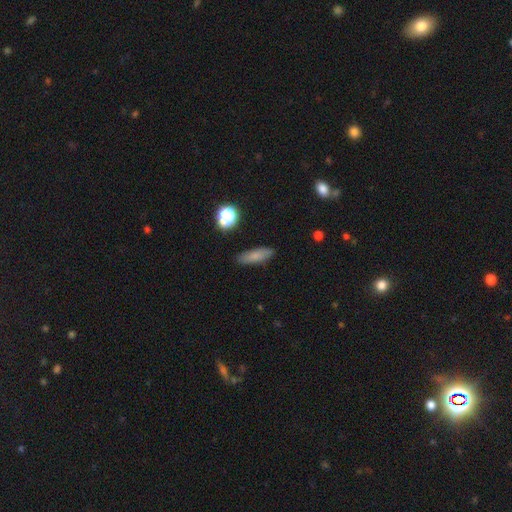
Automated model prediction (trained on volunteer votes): Smooth or featured? Predicted: smooth (p=0.78). How rounded? Predicted: in between (p=0.51). Merging? Predicted: none (p=0.85).